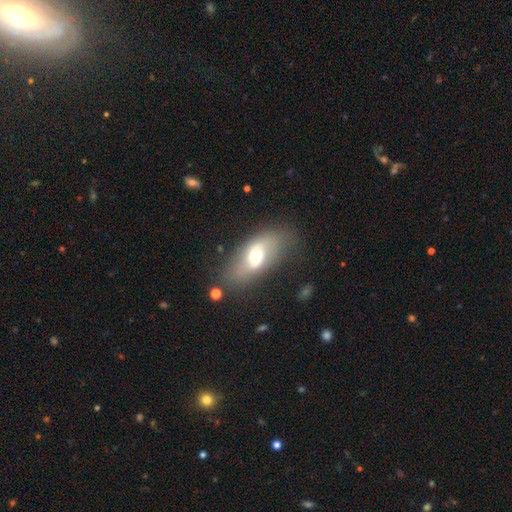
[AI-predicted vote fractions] smooth 48%, featured or disk 44%, star or artifact 8%. Down the decision tree: merging — none (69%).